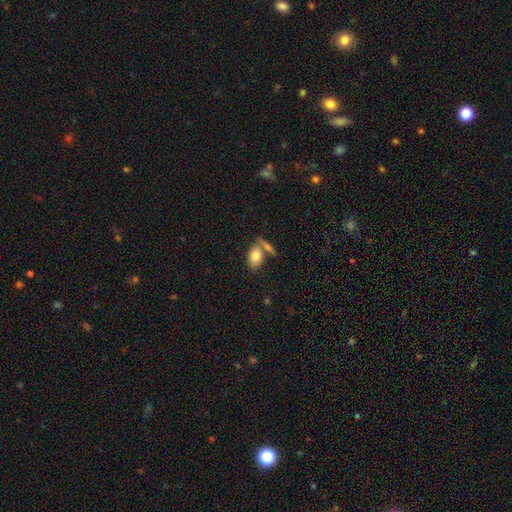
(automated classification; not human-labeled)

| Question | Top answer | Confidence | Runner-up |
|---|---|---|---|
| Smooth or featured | smooth | 78% | featured or disk (15%) |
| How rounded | in between | 83% | round (14%) |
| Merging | none | 50% | merger (31%) |